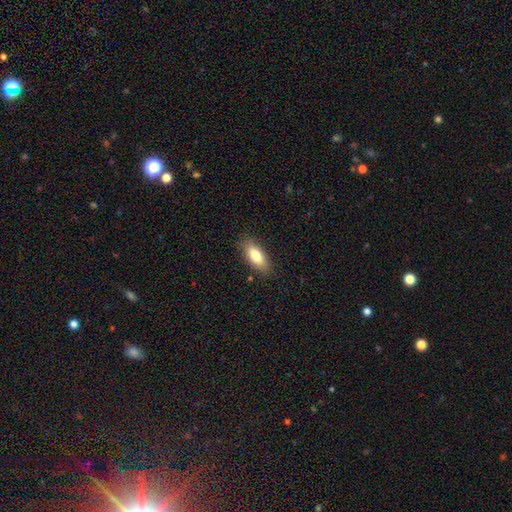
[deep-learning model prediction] smooth 79%, featured or disk 14%, star or artifact 7%. Down the decision tree: how rounded — in between (79%); merging — none (85%).